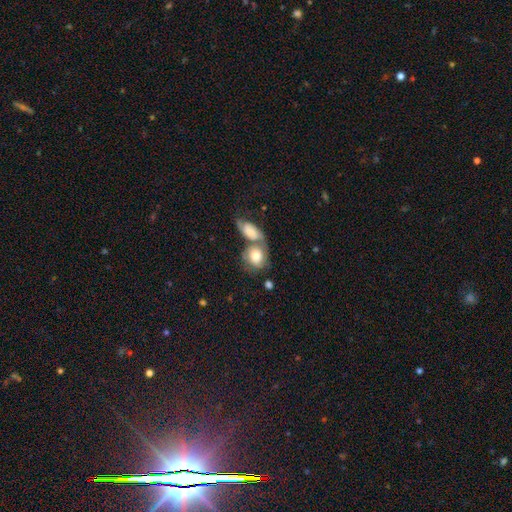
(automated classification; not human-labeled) A smooth galaxy with no disk features (61%) that is in between round and cigar-shaped (49%, tied with round).

Vote fractions:
- Smooth or featured? smooth: 61% / featured or disk: 32% / star or artifact: 7%
- How rounded? in between: 49% (tied) / round: 49% (tied) / cigar-shaped: 2%
- Merging? merger: 61% / none: 22% / minor disturbance: 10% / major disturbance: 7%